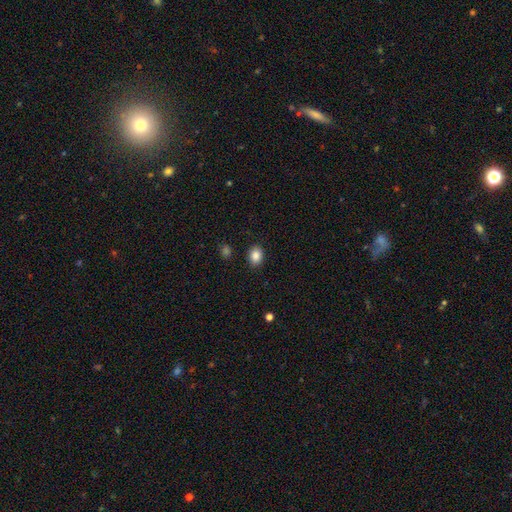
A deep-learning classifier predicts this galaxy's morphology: Q: Smooth or featured?
A: smooth (87%); runner-up: star or artifact (9%)
Q: How rounded?
A: in between (60%); runner-up: round (39%)
Q: Merging?
A: none (87%); runner-up: minor disturbance (9%)